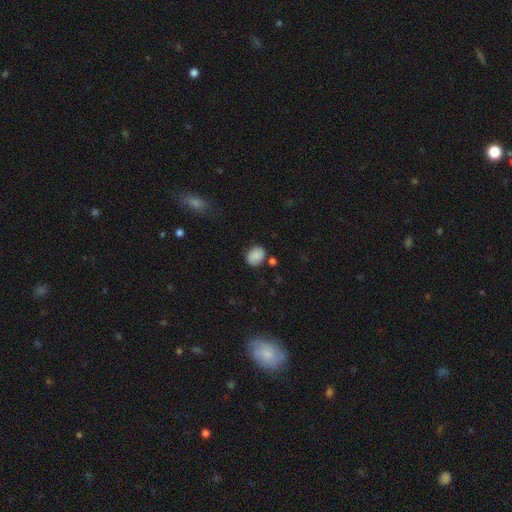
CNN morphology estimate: type=smooth (86%); roundness=in between (50%); merging=none (74%).